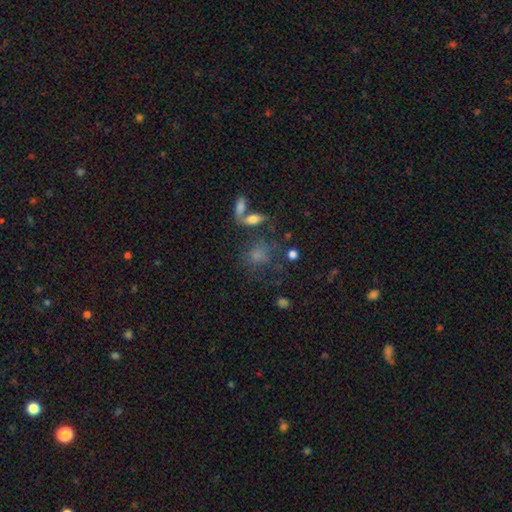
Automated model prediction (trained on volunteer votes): Smooth or featured: smooth — 60% (featured or disk — 22%)
How rounded: round — 53% (in between — 43%)
Merging: none — 44% (major disturbance — 20%)